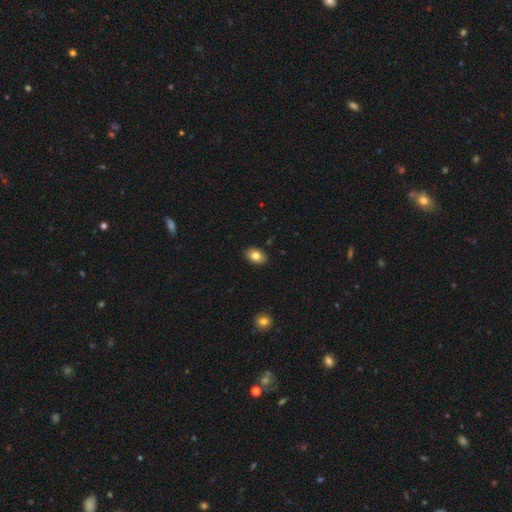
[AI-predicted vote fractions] A smooth galaxy with no disk features (82%) that is in between round and cigar-shaped (84%).

Vote fractions:
- Smooth or featured? smooth: 82% / featured or disk: 10% / star or artifact: 8%
- How rounded? in between: 84% / round: 15% / cigar-shaped: 1%
- Merging? none: 90% / minor disturbance: 8% / major disturbance: 2% / merger: 1%